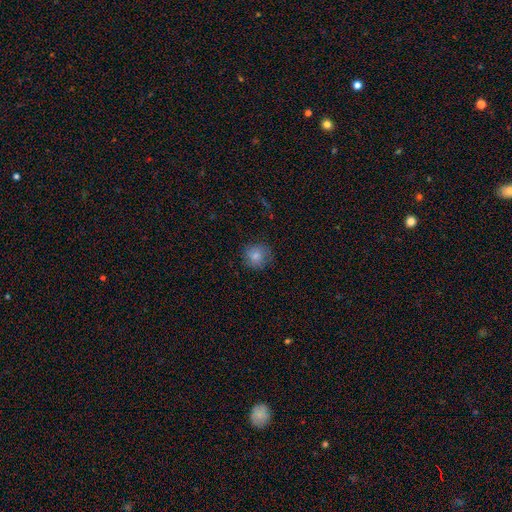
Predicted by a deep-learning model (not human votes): Smooth or featured: smooth — 83% (star or artifact — 10%)
How rounded: round — 88% (in between — 11%)
Merging: none — 80% (minor disturbance — 15%)